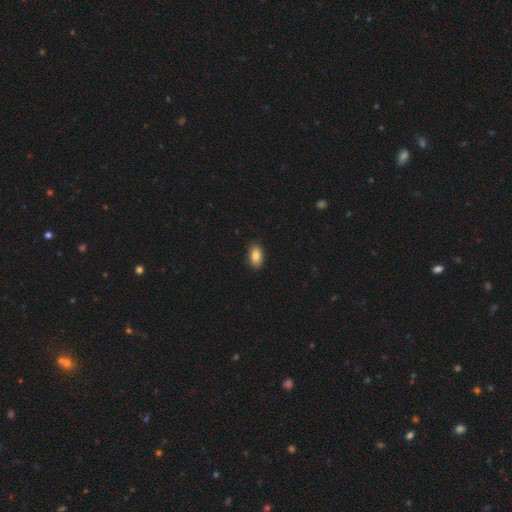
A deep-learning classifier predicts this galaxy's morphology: type=smooth (86%); roundness=in between (92%); merging=none (89%).